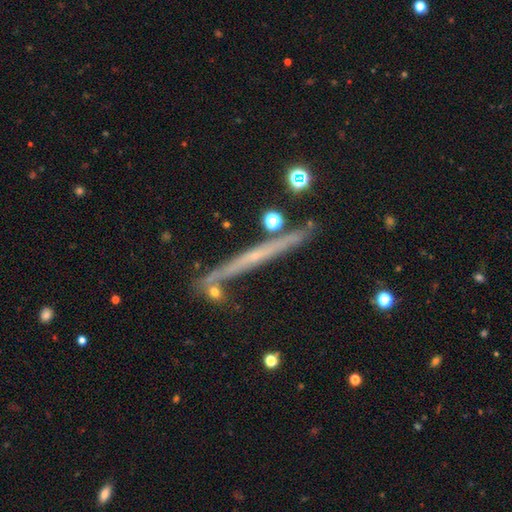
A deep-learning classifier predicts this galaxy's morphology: Smooth or featured? featured or disk (70%)
Edge-on disk? yes (95%)
Edge-on bulge? none (64%)
Merging? none (77%)